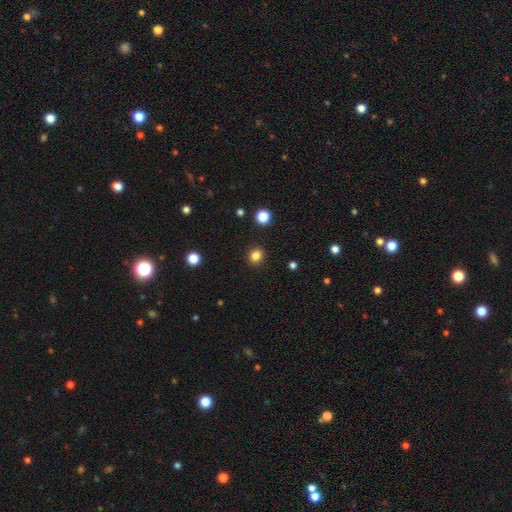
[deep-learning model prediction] Morphology: type=smooth (84%); roundness=round (82%); merging=none (92%).